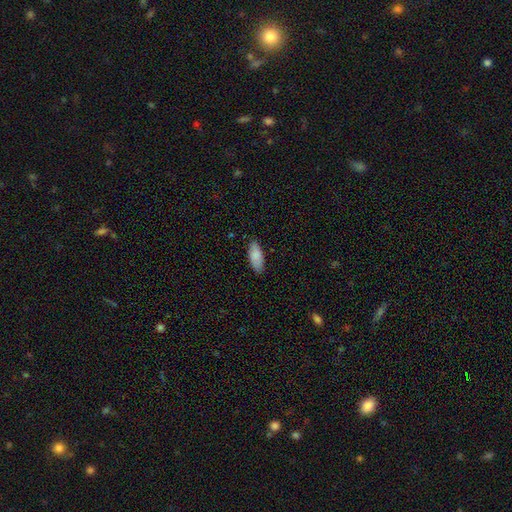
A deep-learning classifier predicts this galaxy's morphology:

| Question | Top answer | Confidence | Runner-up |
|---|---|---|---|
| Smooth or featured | smooth | 85% | featured or disk (9%) |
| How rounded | in between | 84% | cigar-shaped (15%) |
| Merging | none | 84% | minor disturbance (13%) |